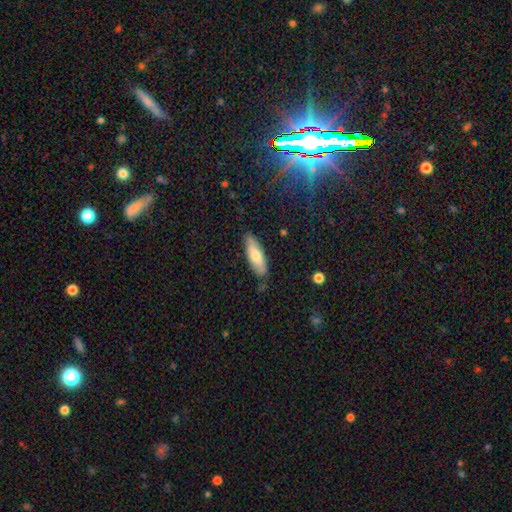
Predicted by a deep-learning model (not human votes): This is likely a smooth galaxy (69%). How rounded: possibly in between (54%). Merging: clearly none (80%).